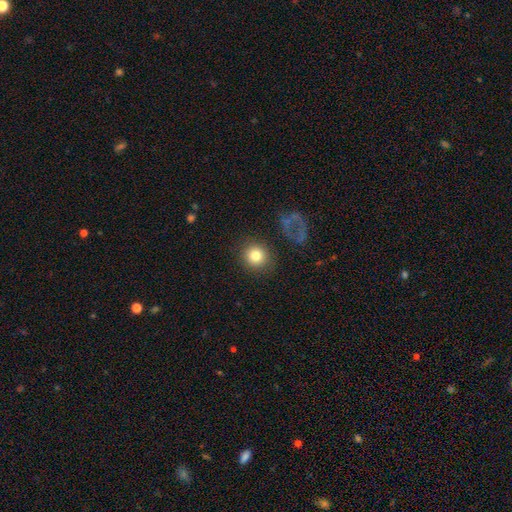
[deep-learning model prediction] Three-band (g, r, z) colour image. It shows a smooth galaxy with no disk features (81%) that is round (89%). Merging: none (86%).